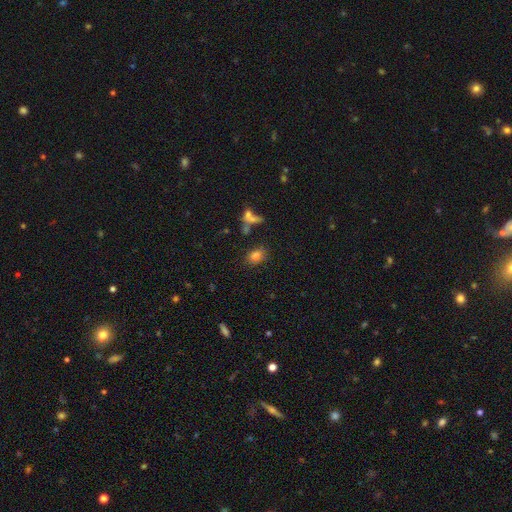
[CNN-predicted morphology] smooth-or-featured: smooth: 78% | star or artifact: 13% | featured or disk: 9%
  how-rounded: in between: 74% | round: 24% | cigar-shaped: 2%
  merging: none: 75% | minor disturbance: 13% | merger: 8% | major disturbance: 5%